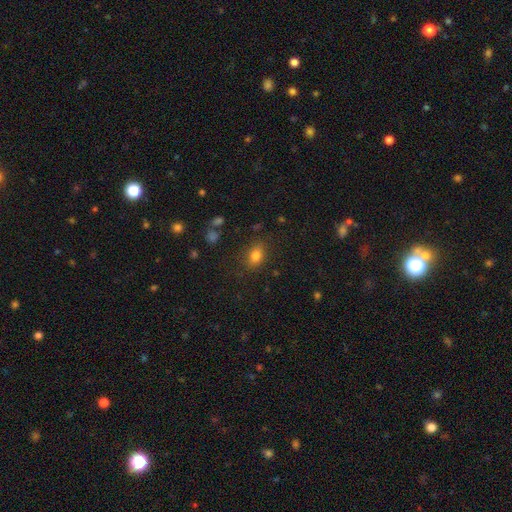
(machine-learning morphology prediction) This appears to be a smooth galaxy with no disk features (80%) that is in between round and cigar-shaped (76%). Merging: none (80%).